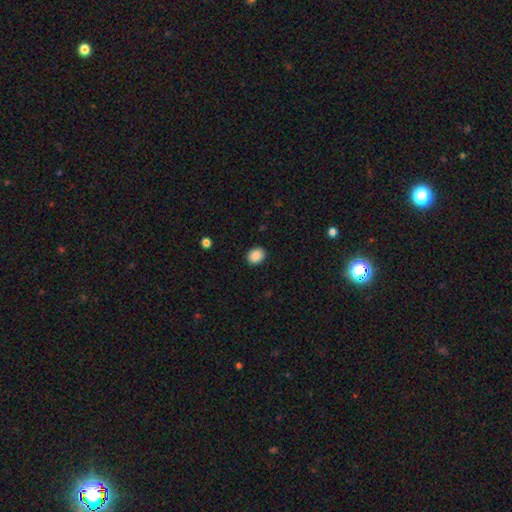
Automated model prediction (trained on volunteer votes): smooth-or-featured: smooth: 88% | star or artifact: 8% | featured or disk: 4%
  how-rounded: round: 53% | in between: 46% | cigar-shaped: 1%
  merging: none: 90% | minor disturbance: 7% | major disturbance: 2% | merger: 1%